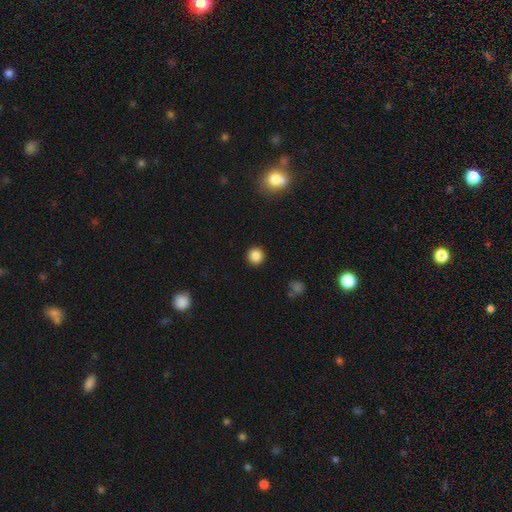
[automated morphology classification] Q: Smooth or featured?
A: smooth (86%); runner-up: star or artifact (11%)
Q: How rounded?
A: round (95%); runner-up: in between (4%)
Q: Merging?
A: none (93%); runner-up: minor disturbance (5%)